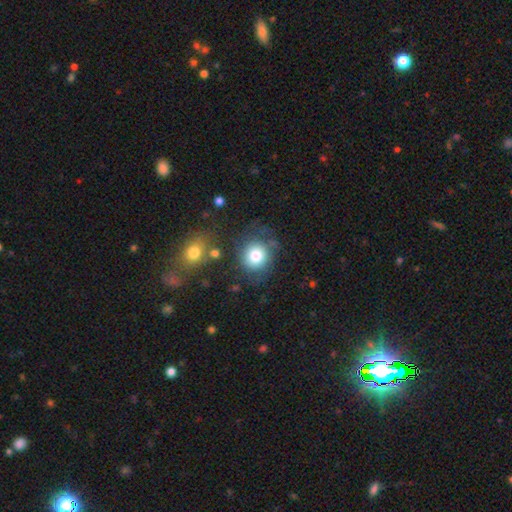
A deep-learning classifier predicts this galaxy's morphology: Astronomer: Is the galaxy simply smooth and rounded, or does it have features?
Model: smooth — 78%.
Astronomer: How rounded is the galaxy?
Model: round — 83%.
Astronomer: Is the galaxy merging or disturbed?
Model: none — 69%.